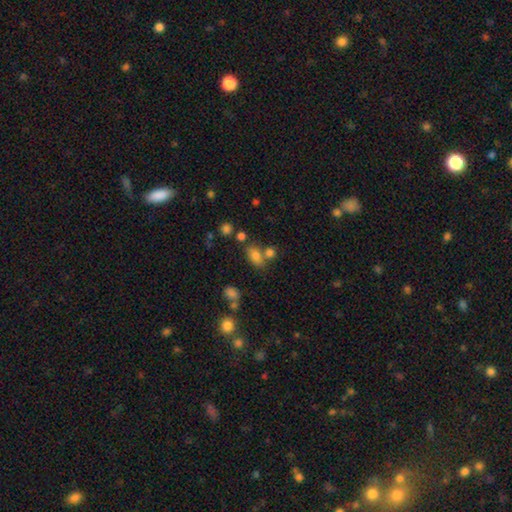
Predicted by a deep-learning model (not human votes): A smooth galaxy with no disk features (77%) that is in between round and cigar-shaped (82%).

Vote fractions:
- Smooth or featured? smooth: 77% / star or artifact: 14% / featured or disk: 9%
- How rounded? in between: 82% / round: 14% / cigar-shaped: 4%
- Merging? none: 55% / merger: 25% / minor disturbance: 14% / major disturbance: 6%